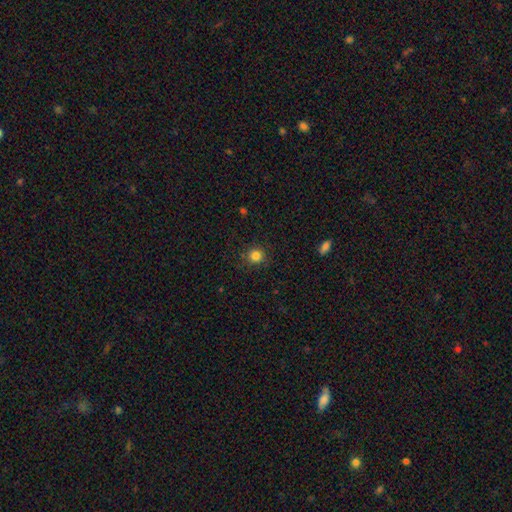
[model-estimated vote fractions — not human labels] A smooth galaxy with no disk features (83%) that is round (93%). Merging: none (87%).